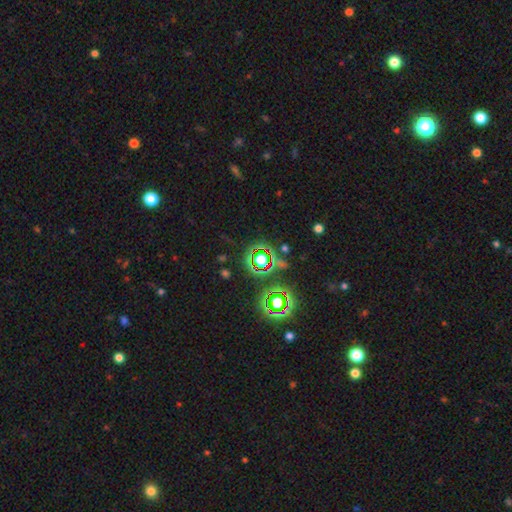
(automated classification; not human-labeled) smooth-or-featured: star or artifact: 67% | smooth: 21% | featured or disk: 12%